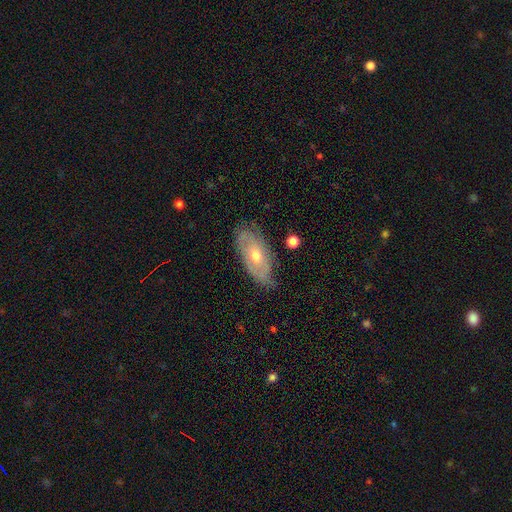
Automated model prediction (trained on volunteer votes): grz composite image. It shows a featured or disk galaxy (70%) with no bar (75%), spiral arms (78%) and a moderate central bulge (62%). Merging: none (74%).